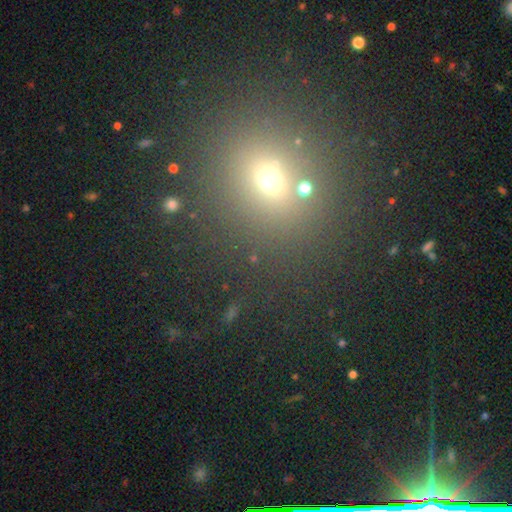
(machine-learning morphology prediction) A smooth galaxy with no disk features (47%).

Vote fractions:
- Smooth or featured? smooth: 47% / star or artifact: 42% / featured or disk: 11%
- Merging? none: 82% / minor disturbance: 8% / merger: 6% / major disturbance: 4%